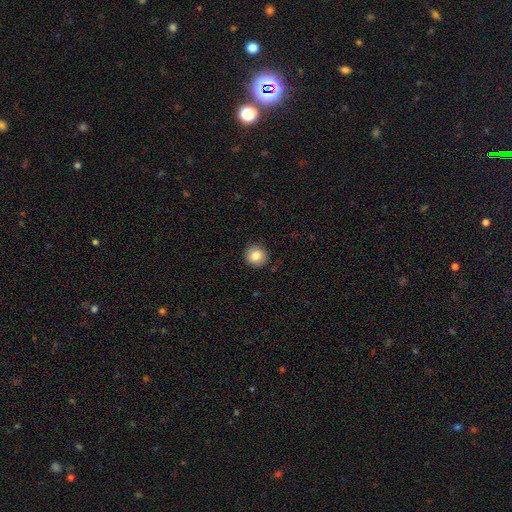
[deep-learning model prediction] A smooth galaxy with no disk features (83%) that is round (93%). Merging: none (90%).